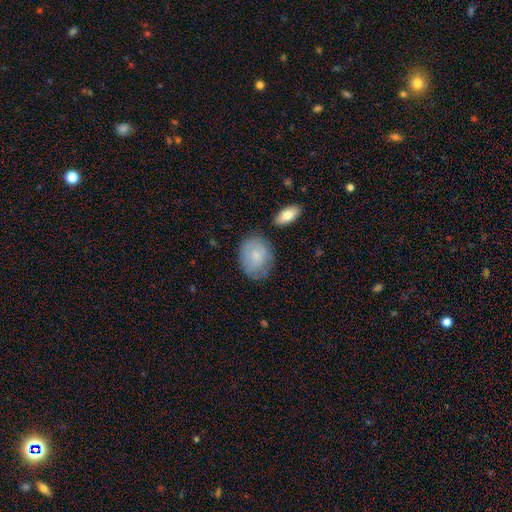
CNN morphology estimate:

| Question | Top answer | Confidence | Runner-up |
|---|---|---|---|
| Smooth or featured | smooth | 72% | featured or disk (22%) |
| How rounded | in between | 64% | round (35%) |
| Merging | none | 66% | minor disturbance (24%) |